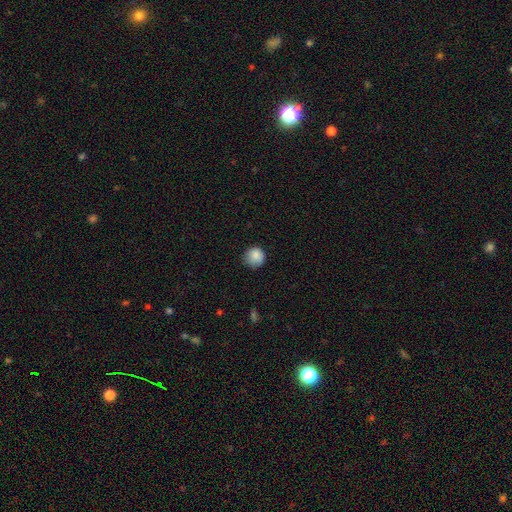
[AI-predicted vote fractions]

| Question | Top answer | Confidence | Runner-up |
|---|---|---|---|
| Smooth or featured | smooth | 87% | star or artifact (9%) |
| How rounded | round | 93% | in between (7%) |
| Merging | none | 79% | minor disturbance (17%) |